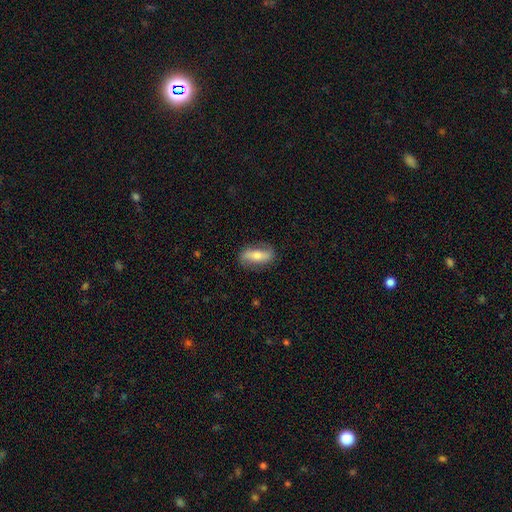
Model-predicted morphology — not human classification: Overall: featured or disk (54%; smooth 39%). Edge-on disk: no (81%). Merging: none (80%).